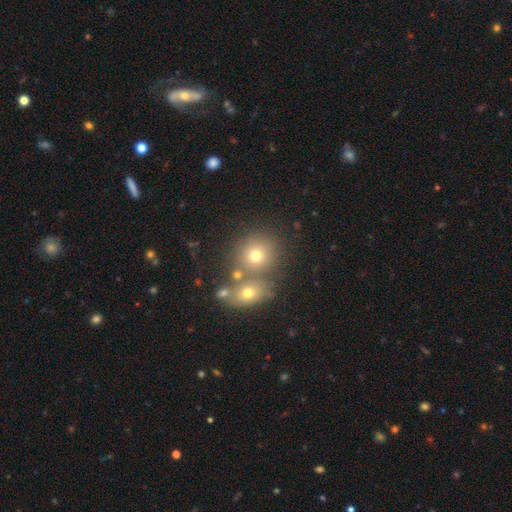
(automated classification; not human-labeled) The model was most divided on "merging": none: 54%, merger: 33%, minor disturbance: 9%, major disturbance: 4%. More confident: how rounded — round (80%); smooth or featured — smooth (69%).